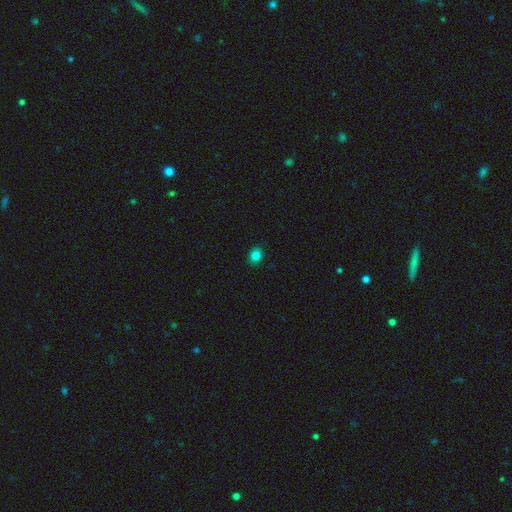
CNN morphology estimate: A smooth galaxy with no disk features (82%) that is round (60%). Merging: none (89%).